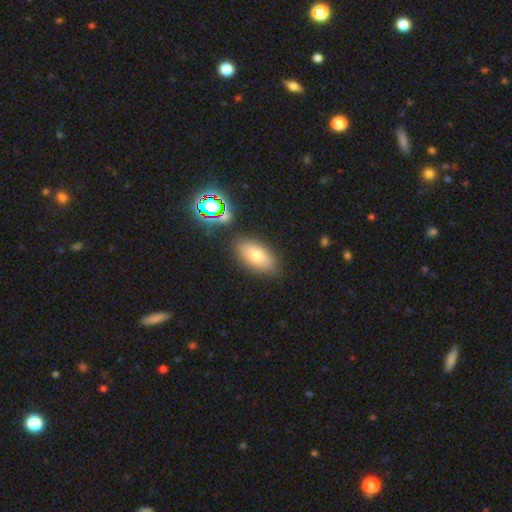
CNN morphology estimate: Smooth or featured? smooth (72%)
How rounded? in between (89%)
Merging? none (83%)